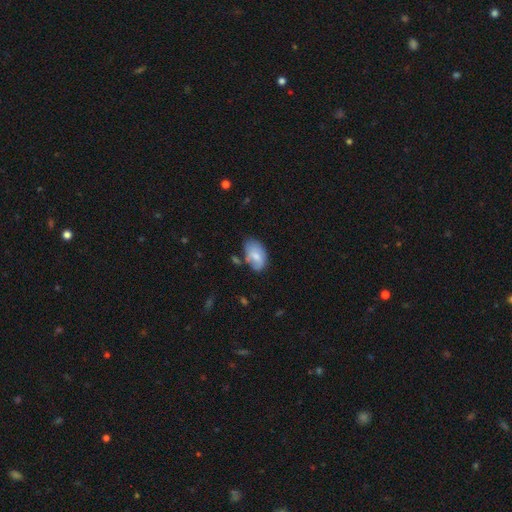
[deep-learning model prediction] Overall: smooth (72%). How rounded: in between (90%). Merging: none (54%; minor disturbance 30%).